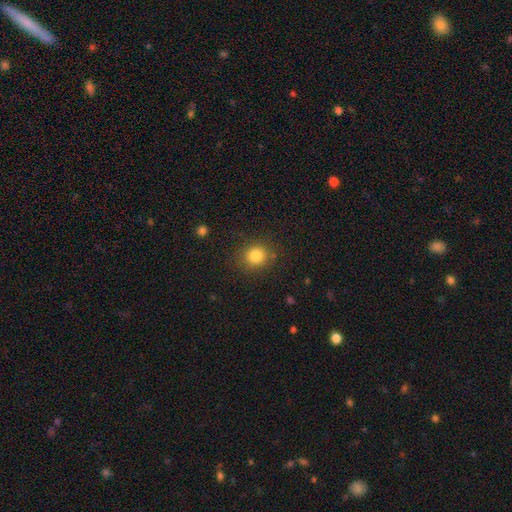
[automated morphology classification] Q: Smooth or featured?
A: smooth (82%); runner-up: star or artifact (12%)
Q: How rounded?
A: round (83%); runner-up: in between (16%)
Q: Merging?
A: none (85%); runner-up: minor disturbance (10%)